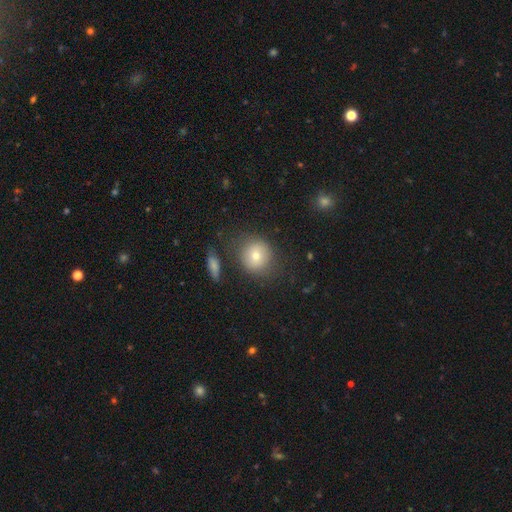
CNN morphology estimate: Q: Smooth or featured?
A: smooth (74%); runner-up: featured or disk (14%)
Q: How rounded?
A: round (84%); runner-up: in between (15%)
Q: Merging?
A: none (77%); runner-up: minor disturbance (14%)